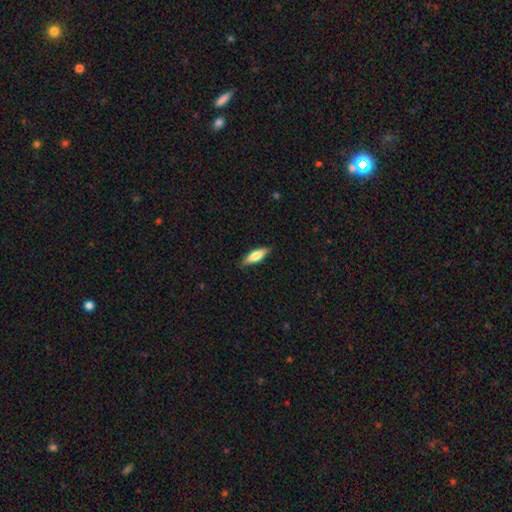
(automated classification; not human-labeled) This appears to be a smooth galaxy with no disk features (73%) that is in between round and cigar-shaped (51%). Merging: none (85%).